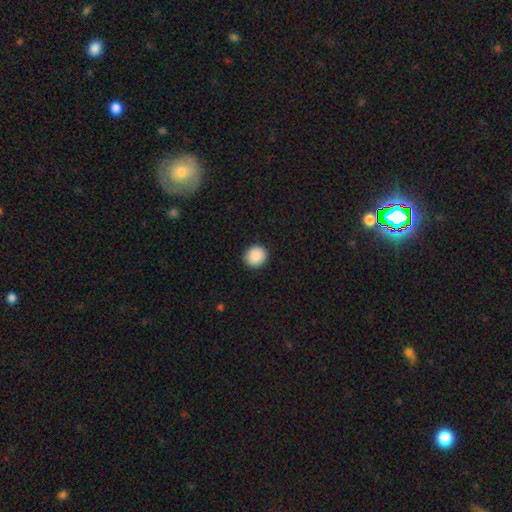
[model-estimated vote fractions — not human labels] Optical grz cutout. It shows a smooth galaxy with no disk features (90%) that is round (90%). Merging: none (92%).